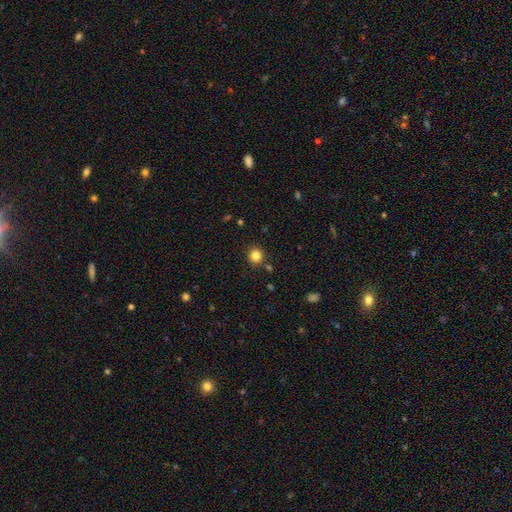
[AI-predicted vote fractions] A smooth galaxy with no disk features (83%) that is round (90%).

Vote fractions:
- Smooth or featured? smooth: 83% / star or artifact: 12% / featured or disk: 5%
- How rounded? round: 90% / in between: 10% / cigar-shaped: 1%
- Merging? none: 85% / minor disturbance: 8% / merger: 4% / major disturbance: 2%